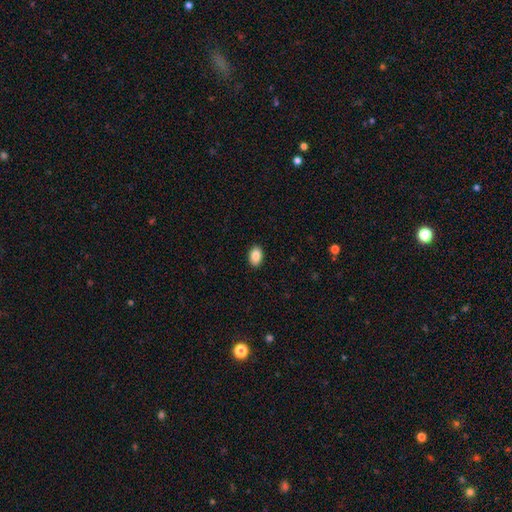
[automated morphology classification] This appears to be a smooth galaxy with no disk features (88%) that is in between round and cigar-shaped (87%). Merging: none (91%).